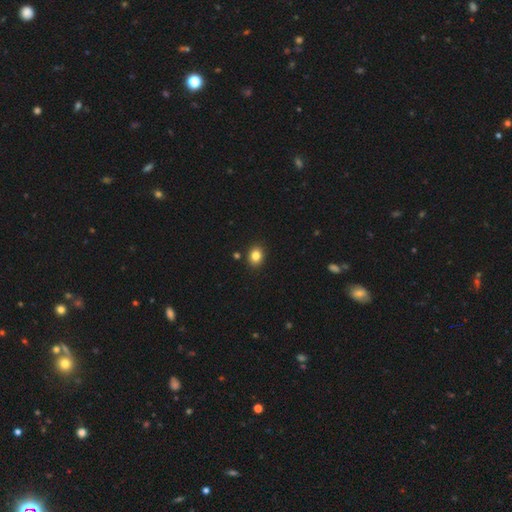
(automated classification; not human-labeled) This is clearly a smooth galaxy (83%). How rounded: possibly round (55%). Merging: clearly none (88%).